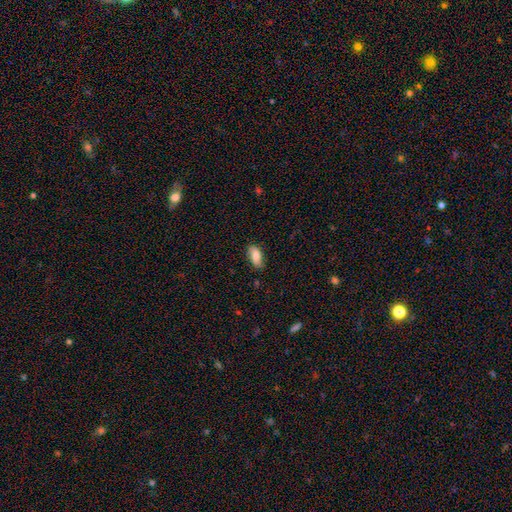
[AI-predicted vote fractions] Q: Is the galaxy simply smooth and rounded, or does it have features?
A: smooth — 77%.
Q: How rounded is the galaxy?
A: in between — 88%.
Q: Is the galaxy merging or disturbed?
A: none — 77%.